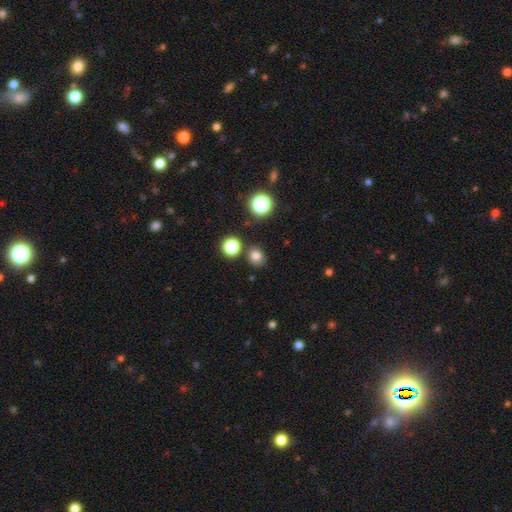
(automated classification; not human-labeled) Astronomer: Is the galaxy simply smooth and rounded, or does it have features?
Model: smooth — 75%.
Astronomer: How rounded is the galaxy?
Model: round — 73%.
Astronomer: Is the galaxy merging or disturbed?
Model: none — 79%.